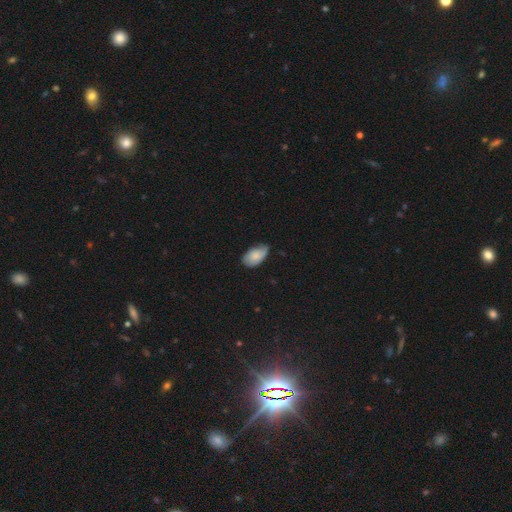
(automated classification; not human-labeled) Smooth or featured? smooth (75%)
How rounded? in between (93%)
Merging? none (51%)